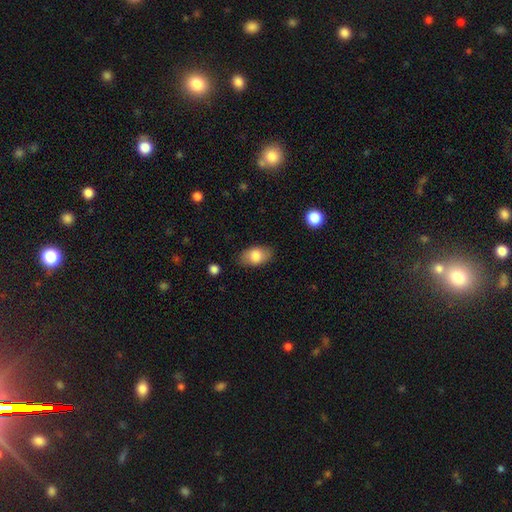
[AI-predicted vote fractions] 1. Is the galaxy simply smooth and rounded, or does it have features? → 80% smooth, 13% featured or disk, 7% star or artifact.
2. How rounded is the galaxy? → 91% in between, 8% round, 2% cigar-shaped.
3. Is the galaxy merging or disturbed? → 82% none, 13% minor disturbance, 3% major disturbance, 1% merger.